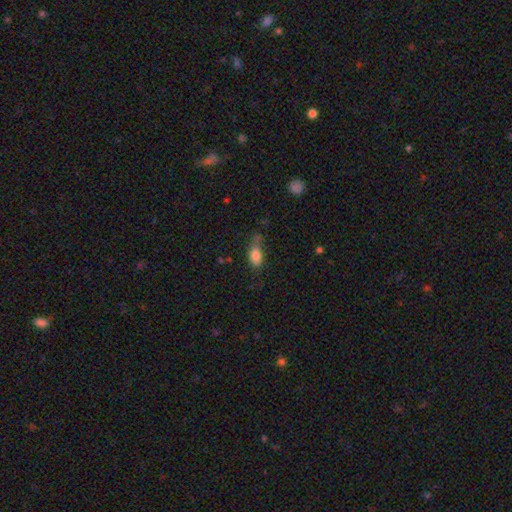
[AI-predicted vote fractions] Q: Smooth or featured?
A: smooth (80%); runner-up: featured or disk (11%)
Q: How rounded?
A: in between (84%); runner-up: cigar-shaped (10%)
Q: Merging?
A: none (45%); runner-up: minor disturbance (33%)